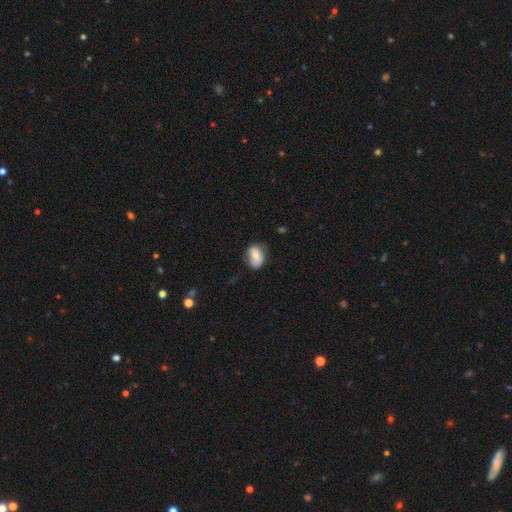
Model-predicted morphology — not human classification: type=smooth (67%); roundness=in between (81%); merging=none (62%).